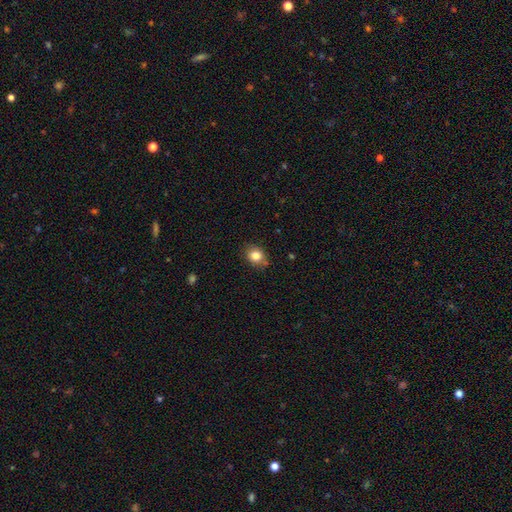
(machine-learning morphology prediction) The model was most divided on "how rounded": round: 58%, in between: 41%, cigar-shaped: 1%. More confident: smooth or featured — smooth (83%); merging — none (78%).